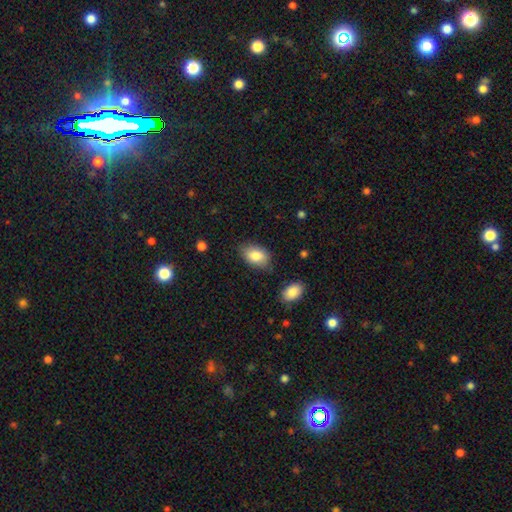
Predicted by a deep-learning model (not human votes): Smooth or featured?
  - smooth: 84% *
  - featured or disk: 9%
  - star or artifact: 7%
How rounded?
  - in between: 90% *
  - round: 9%
  - cigar-shaped: 1%
Merging?
  - none: 79% *
  - minor disturbance: 16%
  - major disturbance: 3%
  - merger: 2%